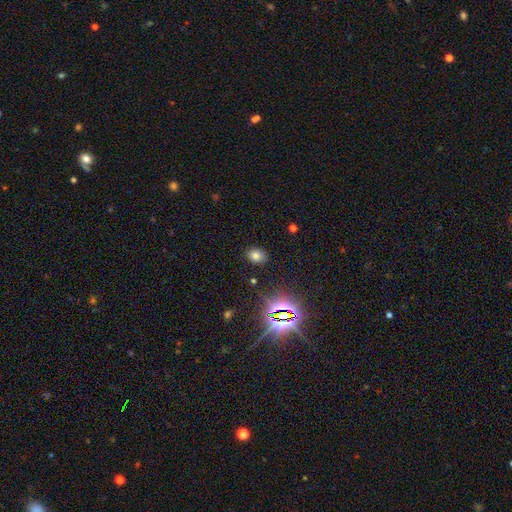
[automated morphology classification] Smooth or featured: smooth — 71% (star or artifact — 21%)
How rounded: in between — 60% (round — 39%)
Merging: none — 85% (minor disturbance — 10%)